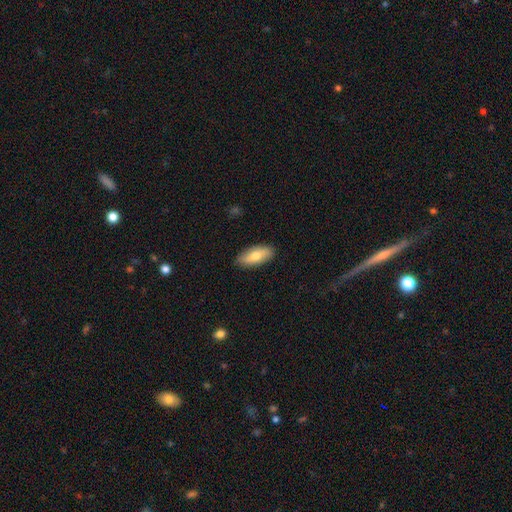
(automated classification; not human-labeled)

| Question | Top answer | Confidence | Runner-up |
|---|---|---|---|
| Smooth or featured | smooth | 71% | featured or disk (23%) |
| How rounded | in between | 83% | cigar-shaped (15%) |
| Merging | none | 88% | minor disturbance (9%) |